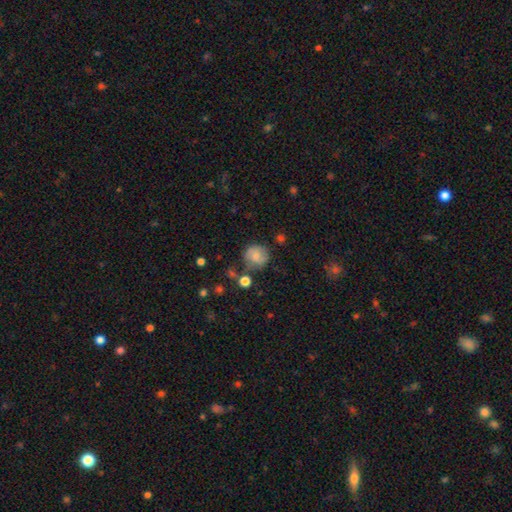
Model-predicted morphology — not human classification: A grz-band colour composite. It shows a smooth galaxy with no disk features (68%) that is round (86%). Merging: none (66%).